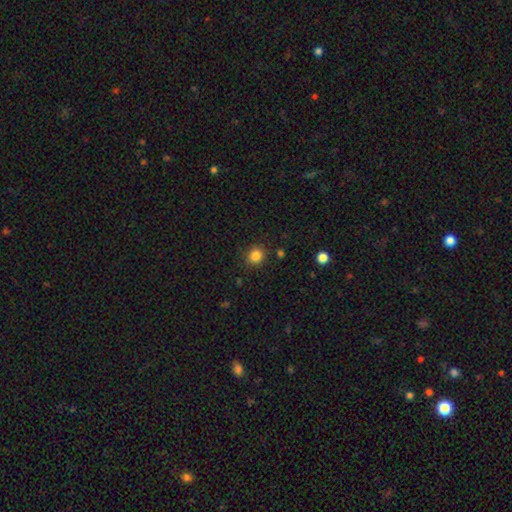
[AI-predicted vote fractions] Q: Smooth or featured?
A: smooth (85%); runner-up: star or artifact (11%)
Q: How rounded?
A: round (83%); runner-up: in between (16%)
Q: Merging?
A: none (87%); runner-up: minor disturbance (9%)